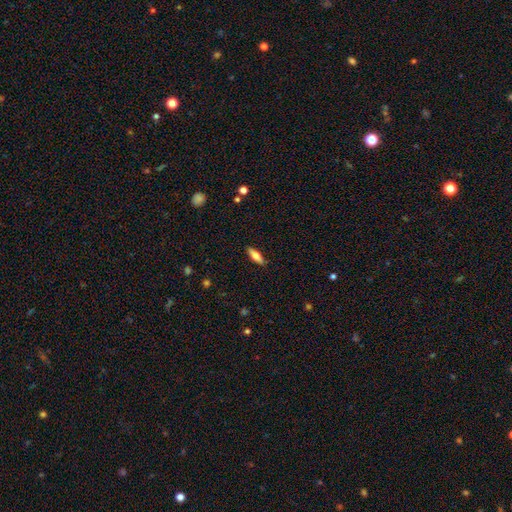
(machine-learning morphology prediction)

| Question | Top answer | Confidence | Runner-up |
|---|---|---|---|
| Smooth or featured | smooth | 63% | featured or disk (31%) |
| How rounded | in between | 52% | cigar-shaped (45%) |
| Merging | none | 89% | minor disturbance (8%) |